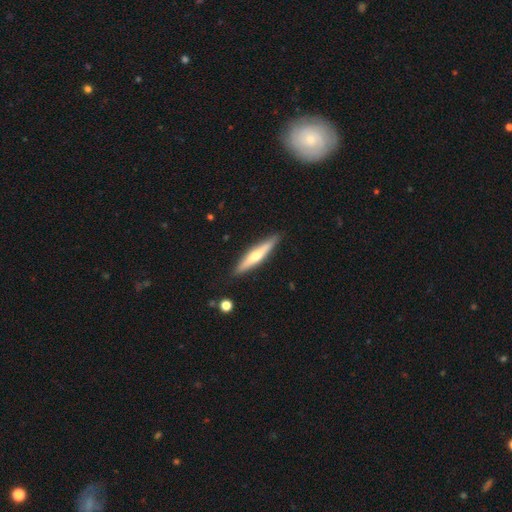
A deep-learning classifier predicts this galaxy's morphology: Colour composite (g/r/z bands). It shows a featured or disk galaxy (54%) viewed edge-on (95%) with a rounded central bulge (82%). Merging: none (89%).